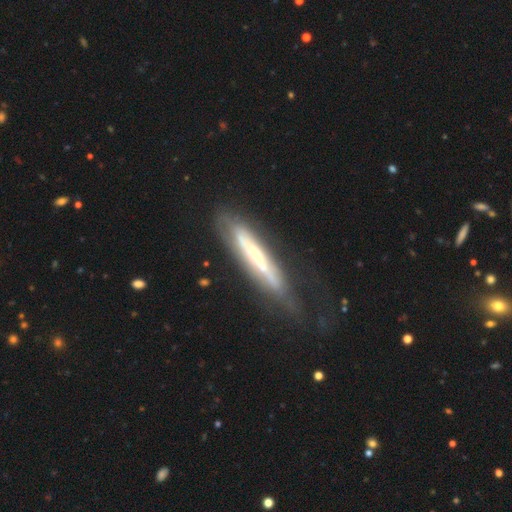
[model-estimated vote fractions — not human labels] The model was most divided on "edge-on disk": yes: 65%, no: 35%. More confident: smooth or featured — featured or disk (72%); merging — none (58%).